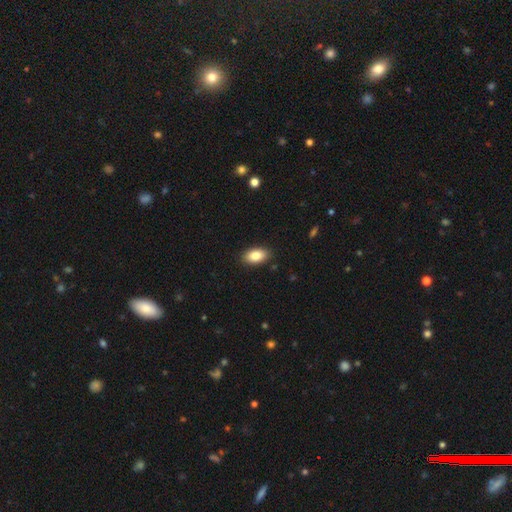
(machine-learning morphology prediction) Overall: smooth (85%). How rounded: in between (93%). Merging: none (88%).